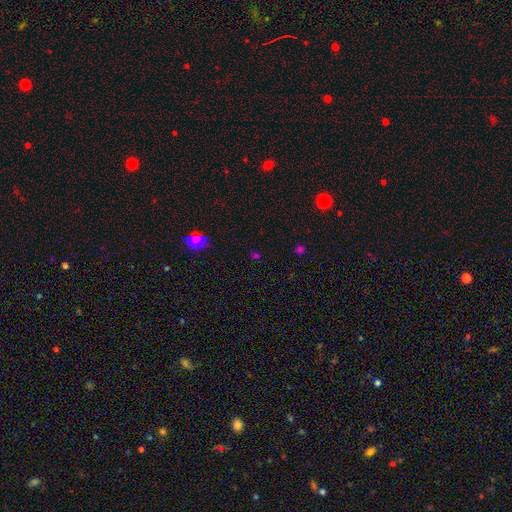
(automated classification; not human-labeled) Q: Smooth or featured?
A: star or artifact (52%); runner-up: smooth (42%)